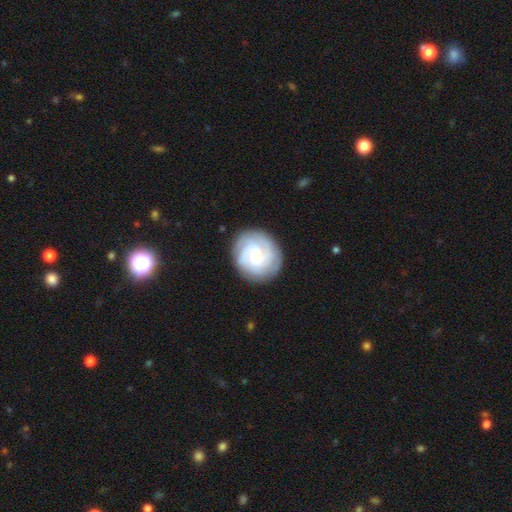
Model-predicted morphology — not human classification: smooth-or-featured: featured or disk: 78% | smooth: 17% | star or artifact: 5%
  disk-edge-on: no: 98% | yes: 2%
    bar: no: 47% | weak: 45% | strong: 8%
    has-spiral-arms: yes: 96% | no: 4%
      spiral-winding: tight: 64% | medium: 29% | loose: 7%
      spiral-arm-count: 3: 33% | can't tell: 24% | 4: 17% | 2: 14% | more than 4: 6% | 1: 6%
    bulge-size: small: 54% | moderate: 40% | large: 3% | none: 2% | dominant: 1%
  merging: none: 84% | minor disturbance: 11% | major disturbance: 4% | merger: 1%